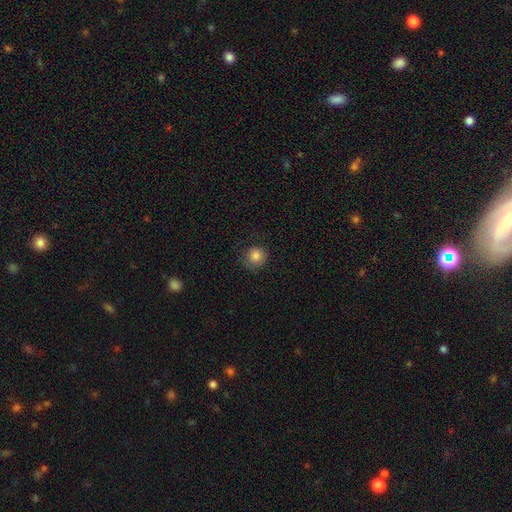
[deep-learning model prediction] Smooth or featured? smooth (83%)
How rounded? round (92%)
Merging? none (76%)